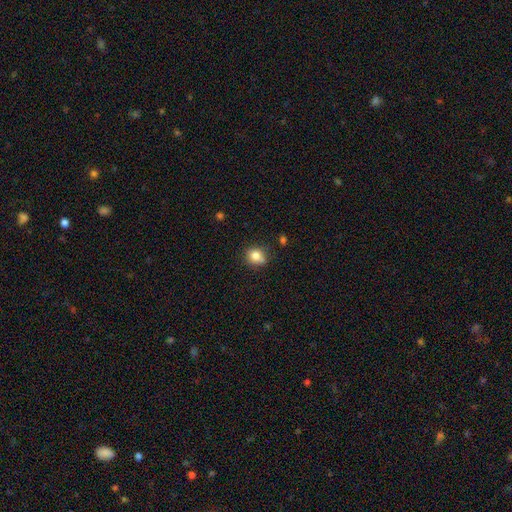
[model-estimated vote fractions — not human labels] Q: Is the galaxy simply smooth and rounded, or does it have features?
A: smooth — 79%.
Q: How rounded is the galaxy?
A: round — 78%.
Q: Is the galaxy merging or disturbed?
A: none — 68%.